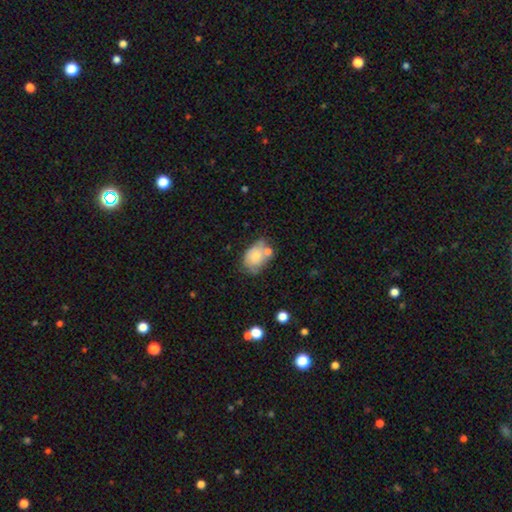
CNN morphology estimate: A smooth galaxy with no disk features (67%) that is in between round and cigar-shaped (74%).

Vote fractions:
- Smooth or featured? smooth: 67% / featured or disk: 25% / star or artifact: 8%
- How rounded? in between: 74% / round: 25% / cigar-shaped: 1%
- Merging? none: 41% / minor disturbance: 26% / merger: 24% / major disturbance: 8%